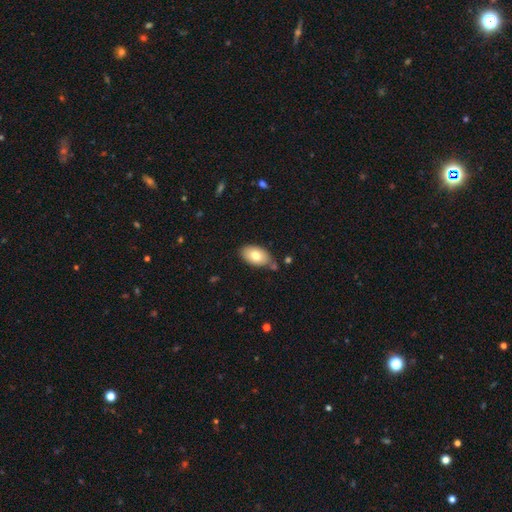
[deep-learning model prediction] Smooth or featured: smooth — 76% (featured or disk — 17%)
How rounded: in between — 91% (round — 7%)
Merging: none — 71% (minor disturbance — 18%)